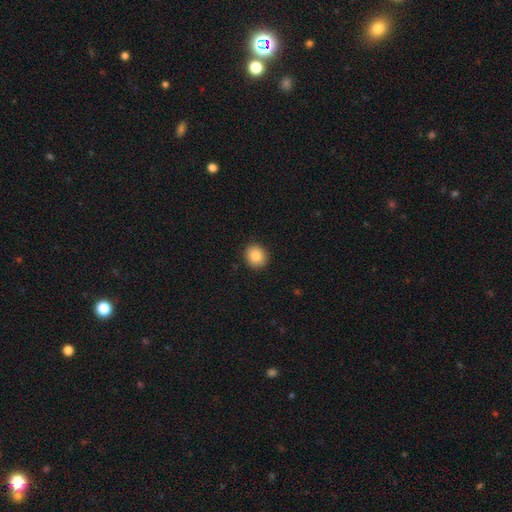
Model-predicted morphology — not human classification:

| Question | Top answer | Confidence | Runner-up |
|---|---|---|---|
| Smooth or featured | smooth | 86% | star or artifact (9%) |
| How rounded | round | 82% | in between (17%) |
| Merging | none | 91% | minor disturbance (6%) |